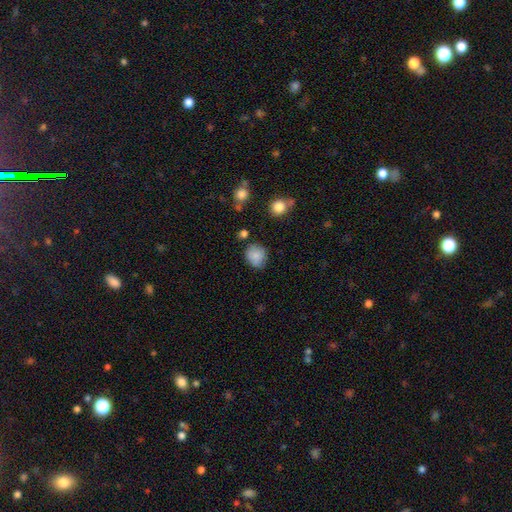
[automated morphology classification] smooth_or_featured: smooth (p=0.84) [alt: star or artifact p=0.09]
how_rounded: round (p=0.78) [alt: in between p=0.21]
merging: none (p=0.73) [alt: minor disturbance p=0.20]